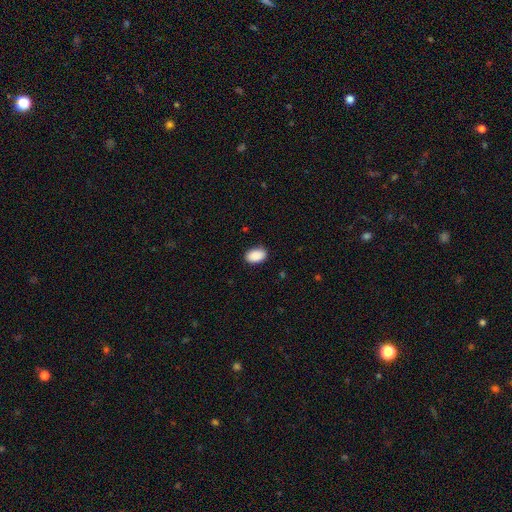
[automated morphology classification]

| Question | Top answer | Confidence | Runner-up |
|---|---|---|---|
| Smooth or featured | smooth | 91% | star or artifact (7%) |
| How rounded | in between | 88% | round (11%) |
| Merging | none | 85% | minor disturbance (12%) |